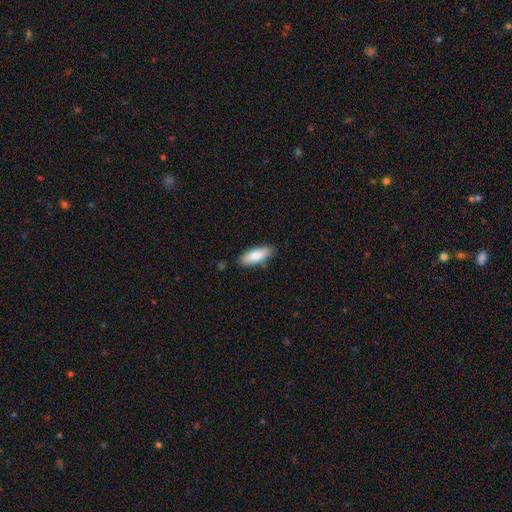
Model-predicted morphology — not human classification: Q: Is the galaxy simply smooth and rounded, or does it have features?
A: smooth — 81%.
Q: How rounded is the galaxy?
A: in between — 72%.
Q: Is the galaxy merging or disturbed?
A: none — 84%.